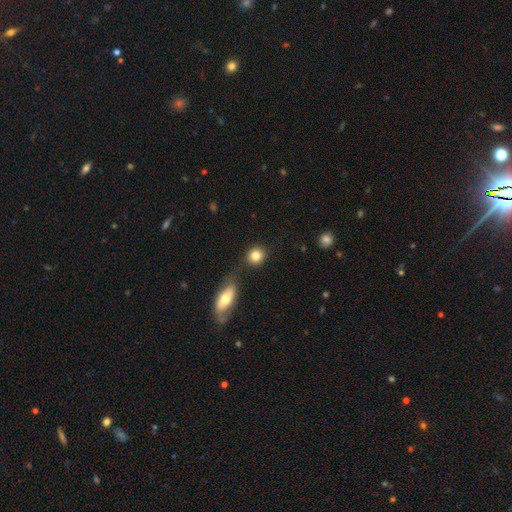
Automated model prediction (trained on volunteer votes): Smooth or featured: smooth — 83% (star or artifact — 9%)
How rounded: round — 82% (in between — 17%)
Merging: none — 75% (merger — 11%)